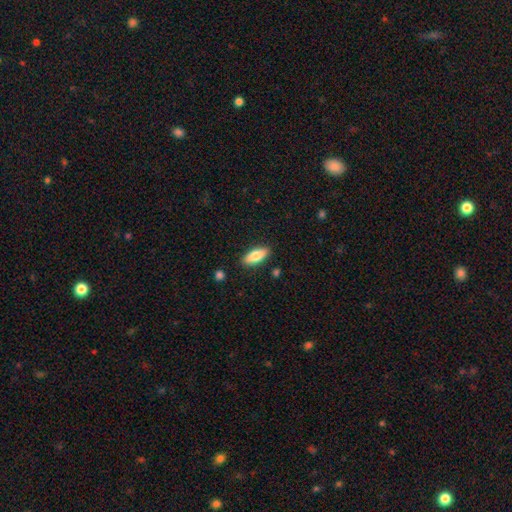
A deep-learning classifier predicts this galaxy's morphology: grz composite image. It shows a smooth galaxy with no disk features (80%) that is in between round and cigar-shaped (79%). Merging: none (88%).